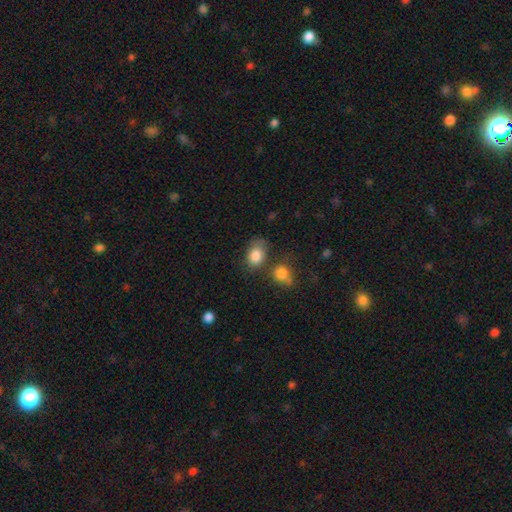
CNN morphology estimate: A smooth galaxy with no disk features (84%) that is in between round and cigar-shaped (70%).

Vote fractions:
- Smooth or featured? smooth: 84% / star or artifact: 9% / featured or disk: 7%
- How rounded? in between: 70% / round: 29% / cigar-shaped: 1%
- Merging? none: 54% / minor disturbance: 22% / merger: 15% / major disturbance: 9%